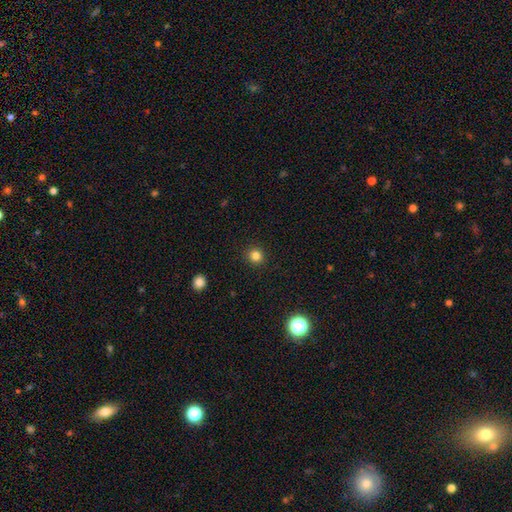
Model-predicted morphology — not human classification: smooth_or_featured: smooth (p=0.82) [alt: star or artifact p=0.13]
how_rounded: round (p=0.93) [alt: in between p=0.06]
merging: none (p=0.92) [alt: minor disturbance p=0.05]